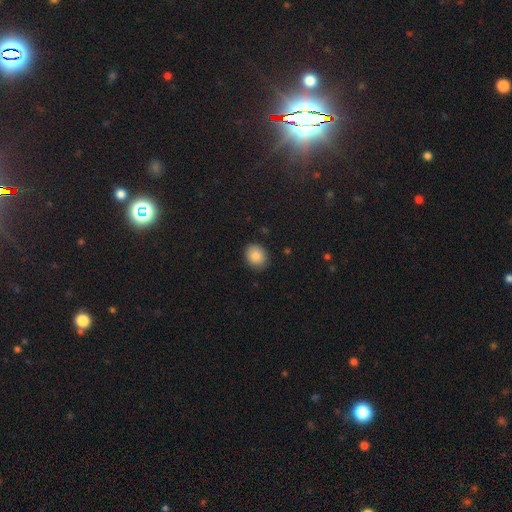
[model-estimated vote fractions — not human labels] Smooth or featured: smooth — 84% (star or artifact — 9%)
How rounded: round — 68% (in between — 32%)
Merging: none — 87% (minor disturbance — 10%)